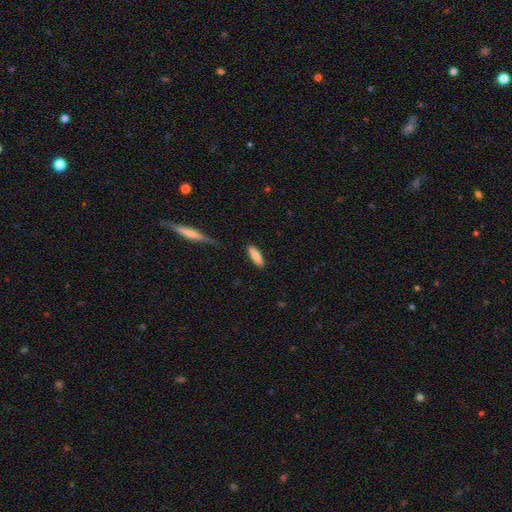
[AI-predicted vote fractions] A smooth galaxy with no disk features (83%) that is cigar-shaped (49%, tied with in between).

Vote fractions:
- Smooth or featured? smooth: 83% / featured or disk: 11% / star or artifact: 6%
- How rounded? cigar-shaped: 49% (tied) / in between: 49% (tied) / round: 2%
- Merging? none: 85% / minor disturbance: 11% / major disturbance: 2% / merger: 2%